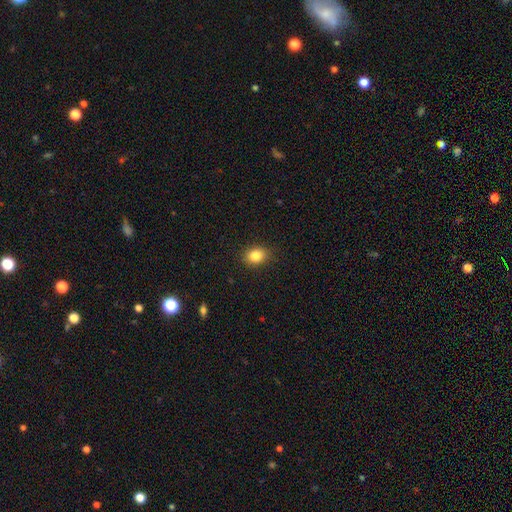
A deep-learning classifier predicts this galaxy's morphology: The model was most divided on "how rounded": in between: 54%, round: 45%, cigar-shaped: 1%. More confident: merging — none (89%); smooth or featured — smooth (84%).